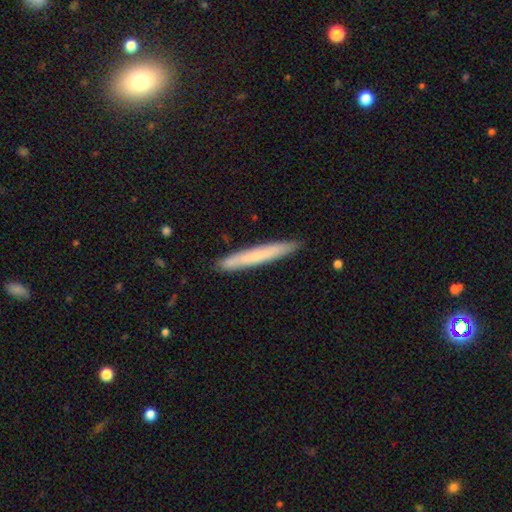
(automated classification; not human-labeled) Morphology: type=smooth (64%); roundness=cigar-shaped (97%); merging=none (91%).